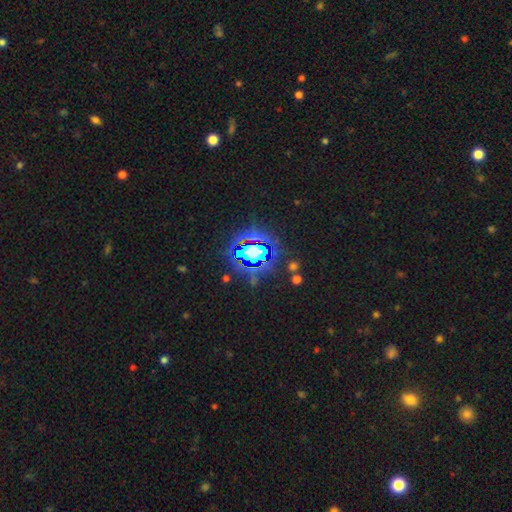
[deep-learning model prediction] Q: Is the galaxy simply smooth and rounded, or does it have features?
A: star or artifact — 78%.